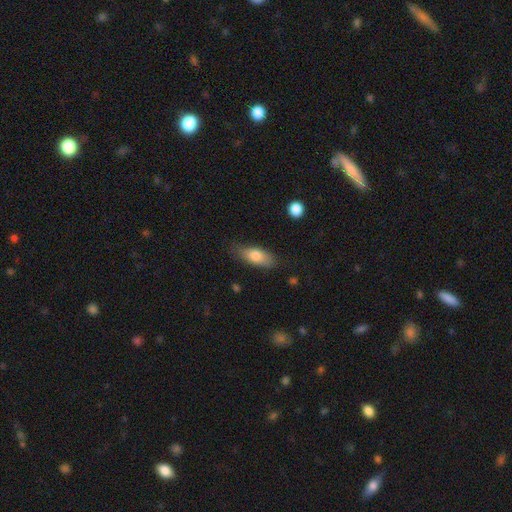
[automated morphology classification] Smooth or featured? Predicted: smooth (p=0.77). How rounded? Predicted: in between (p=0.78). Merging? Predicted: none (p=0.72).